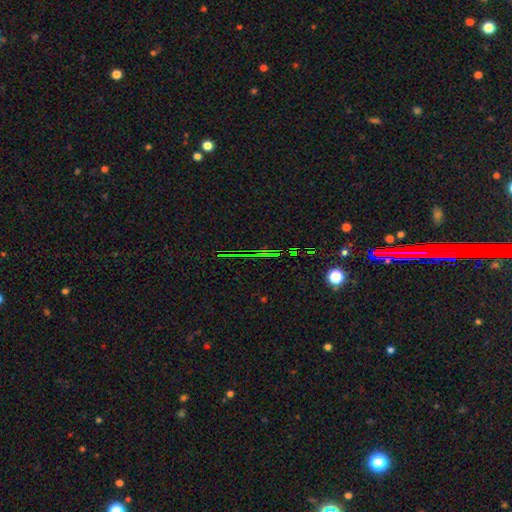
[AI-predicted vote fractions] A star or artifact, not a galaxy (75%).

Vote fractions:
- Smooth or featured? star or artifact: 75% / smooth: 13% / featured or disk: 12%